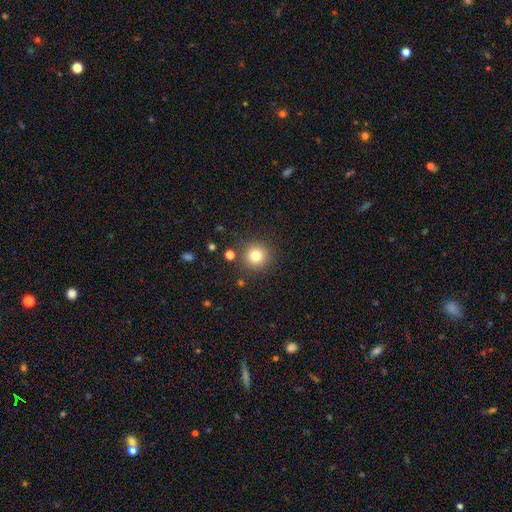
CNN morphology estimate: This appears to be a smooth galaxy with no disk features (80%) that is round (94%). Merging: none (87%).